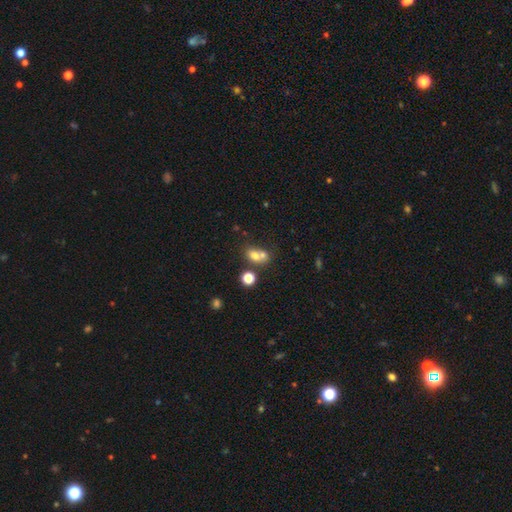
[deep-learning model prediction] Overall: smooth (70%). How rounded: in between (51%; round 47%). Merging: merger (55%; none 32%).